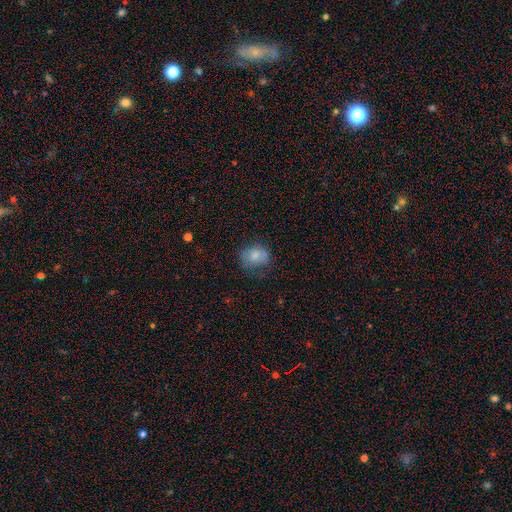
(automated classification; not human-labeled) Smooth or featured?
  - smooth: 77% *
  - featured or disk: 13%
  - star or artifact: 10%
How rounded?
  - round: 63% *
  - in between: 36%
  - cigar-shaped: 1%
Merging?
  - none: 63% *
  - minor disturbance: 25%
  - major disturbance: 11%
  - merger: 2%